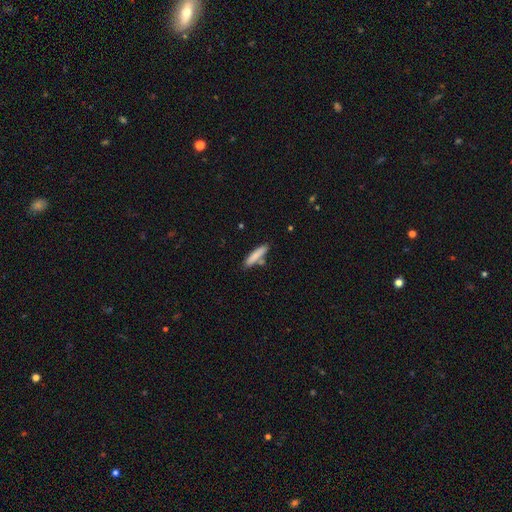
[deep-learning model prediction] A smooth galaxy with no disk features (81%) that is cigar-shaped (85%).

Vote fractions:
- Smooth or featured? smooth: 81% / featured or disk: 13% / star or artifact: 6%
- How rounded? cigar-shaped: 85% / in between: 14% / round: 1%
- Merging? none: 76% / minor disturbance: 13% / merger: 9% / major disturbance: 3%